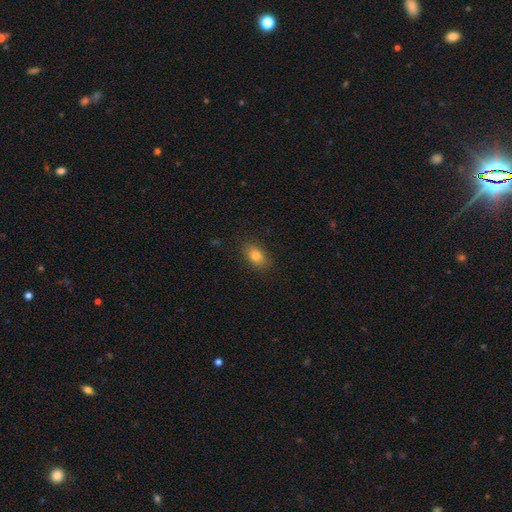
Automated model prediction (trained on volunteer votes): The model was most divided on "how rounded": in between: 84%, round: 13%, cigar-shaped: 2%. More confident: merging — none (87%); smooth or featured — smooth (82%).